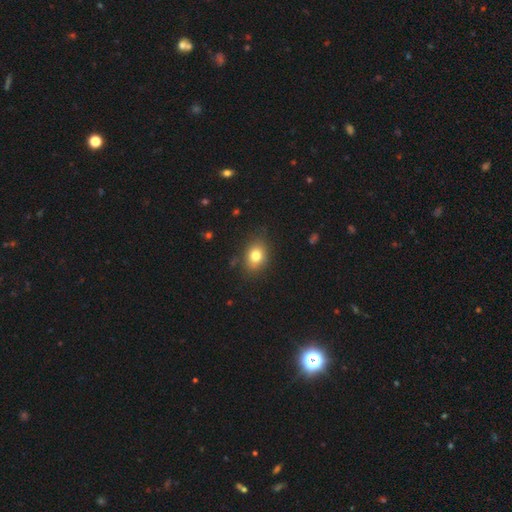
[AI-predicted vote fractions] Q: Smooth or featured?
A: smooth (79%); runner-up: featured or disk (11%)
Q: How rounded?
A: in between (62%); runner-up: round (36%)
Q: Merging?
A: none (84%); runner-up: minor disturbance (12%)